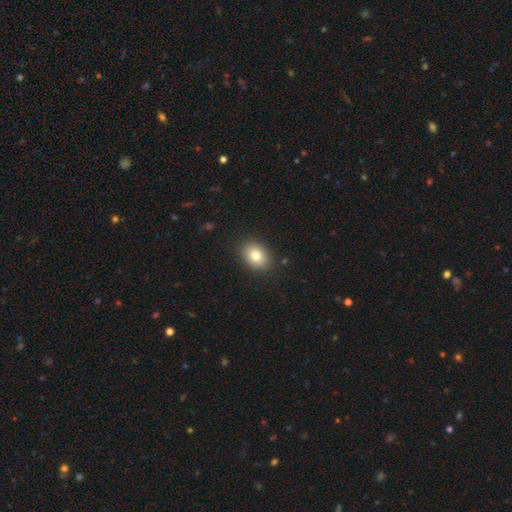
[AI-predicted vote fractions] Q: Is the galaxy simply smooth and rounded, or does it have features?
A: smooth — 82%.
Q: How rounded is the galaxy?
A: in between — 67%.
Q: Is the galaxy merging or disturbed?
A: none — 88%.